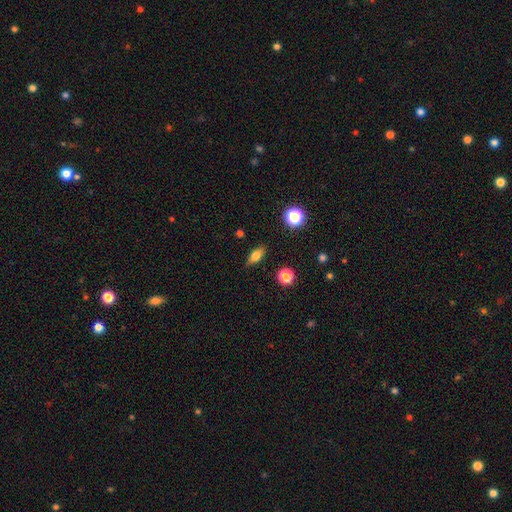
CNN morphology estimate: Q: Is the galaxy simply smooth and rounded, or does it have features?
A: smooth — 74%.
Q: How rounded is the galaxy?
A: in between — 76%.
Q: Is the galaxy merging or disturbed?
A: none — 86%.